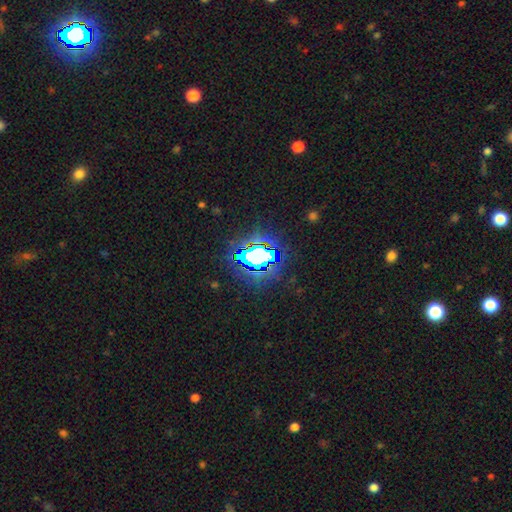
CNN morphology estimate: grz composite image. It shows a star or artifact, not a galaxy (71%).